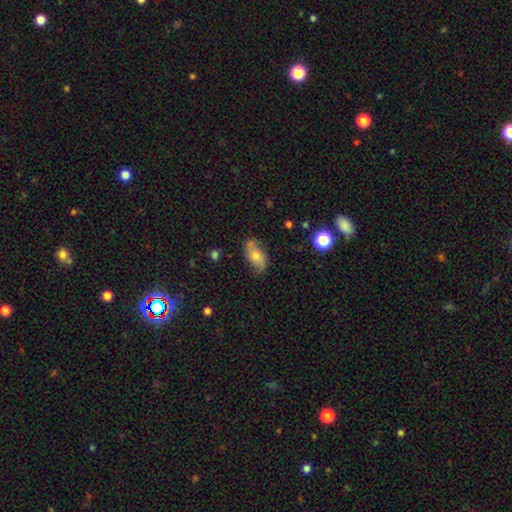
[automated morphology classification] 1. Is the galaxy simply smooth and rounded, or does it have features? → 57% smooth, 33% featured or disk, 11% star or artifact.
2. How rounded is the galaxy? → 87% in between, 8% round, 6% cigar-shaped.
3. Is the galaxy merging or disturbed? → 66% none, 22% minor disturbance, 6% merger, 6% major disturbance.